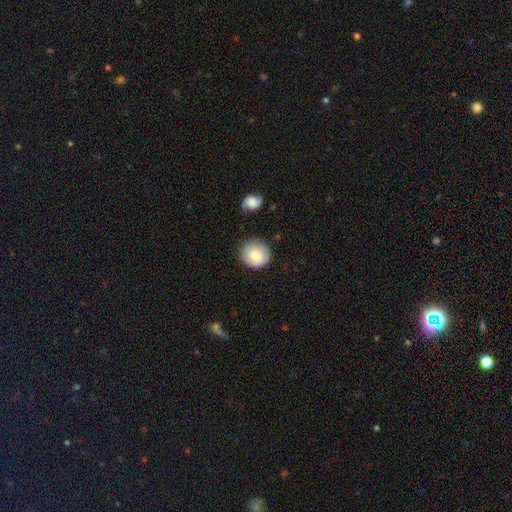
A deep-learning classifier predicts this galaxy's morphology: smooth_or_featured: smooth (p=0.78) [alt: featured or disk p=0.15]
how_rounded: round (p=0.91) [alt: in between p=0.08]
merging: none (p=0.84) [alt: minor disturbance p=0.12]